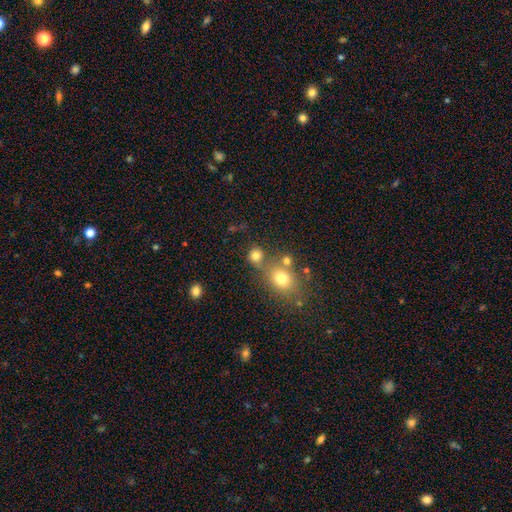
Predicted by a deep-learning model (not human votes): Overall: smooth (78%). How rounded: round (83%). Merging: none (62%).